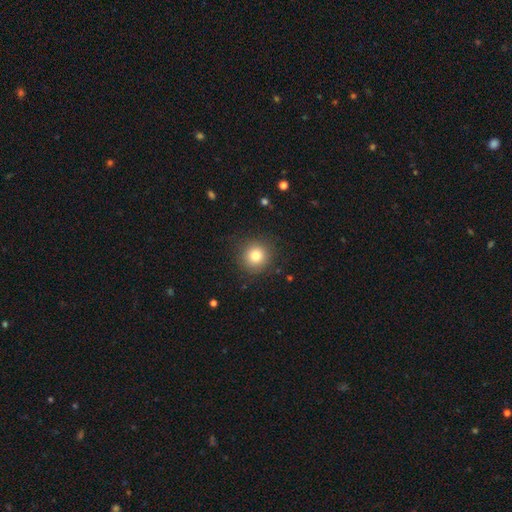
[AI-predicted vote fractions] Overall: smooth (79%). How rounded: round (93%). Merging: none (89%).